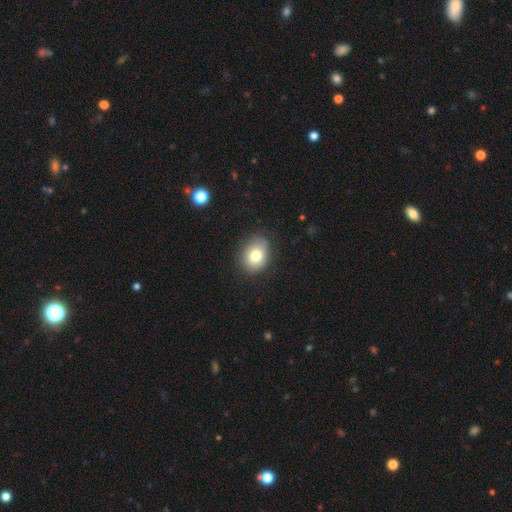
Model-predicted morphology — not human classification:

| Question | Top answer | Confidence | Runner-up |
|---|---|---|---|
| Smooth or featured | smooth | 78% | featured or disk (13%) |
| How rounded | in between | 58% | round (41%) |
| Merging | none | 82% | minor disturbance (14%) |